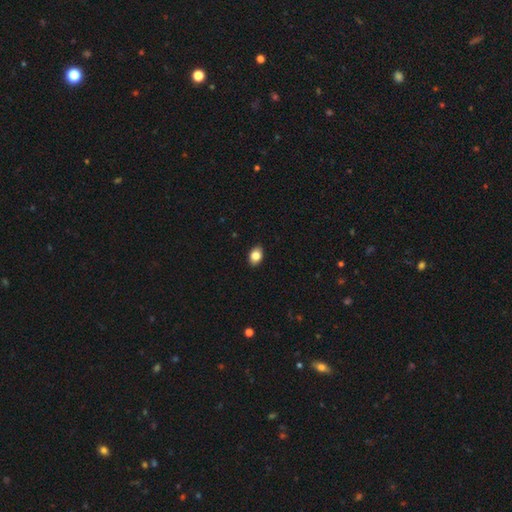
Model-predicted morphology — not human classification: A smooth galaxy with no disk features (84%) that is in between round and cigar-shaped (80%).

Vote fractions:
- Smooth or featured? smooth: 84% / star or artifact: 9% / featured or disk: 8%
- How rounded? in between: 80% / round: 18% / cigar-shaped: 1%
- Merging? none: 90% / minor disturbance: 8% / major disturbance: 2% / merger: 1%